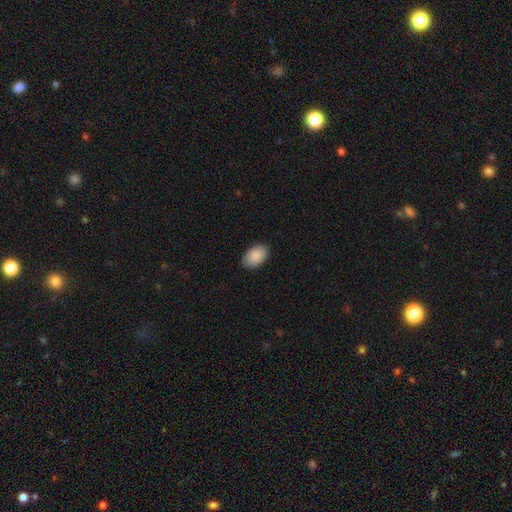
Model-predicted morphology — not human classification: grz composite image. It shows a smooth galaxy with no disk features (90%) that is in between round and cigar-shaped (92%). Merging: none (86%).